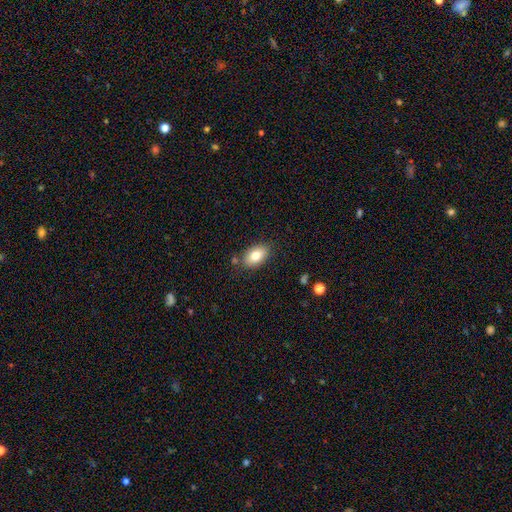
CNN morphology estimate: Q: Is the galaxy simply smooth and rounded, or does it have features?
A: smooth — 79%.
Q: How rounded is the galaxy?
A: in between — 91%.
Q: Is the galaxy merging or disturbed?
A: none — 81%.